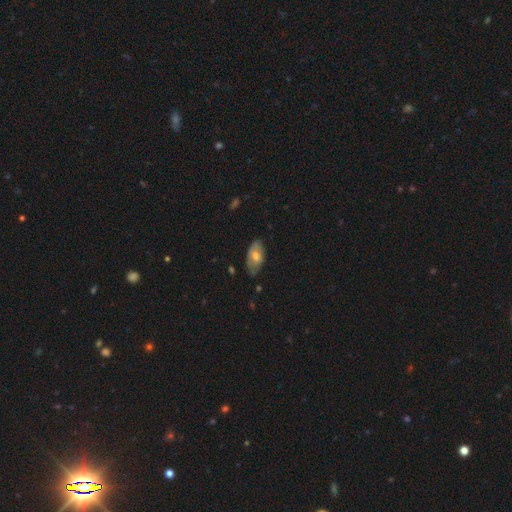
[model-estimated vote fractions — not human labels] Q: Smooth or featured?
A: smooth (58%); runner-up: featured or disk (36%)
Q: How rounded?
A: in between (92%); runner-up: round (4%)
Q: Merging?
A: none (65%); runner-up: minor disturbance (28%)